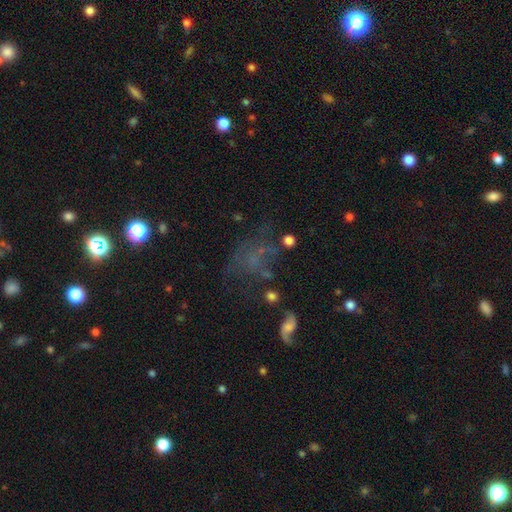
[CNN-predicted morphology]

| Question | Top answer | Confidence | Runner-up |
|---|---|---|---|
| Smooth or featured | star or artifact | 41% | smooth (32%) |